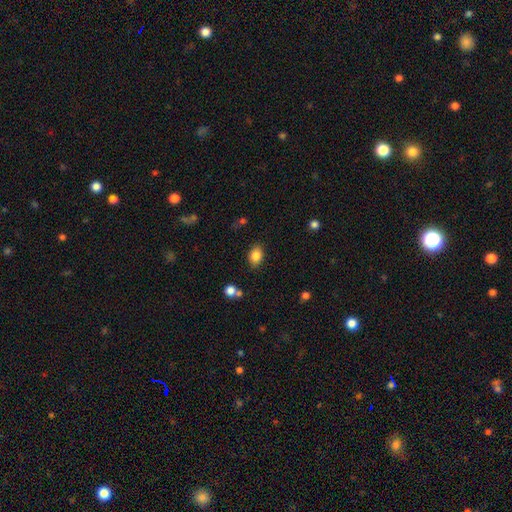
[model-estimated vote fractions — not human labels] Overall: smooth (84%). How rounded: in between (79%). Merging: none (84%).